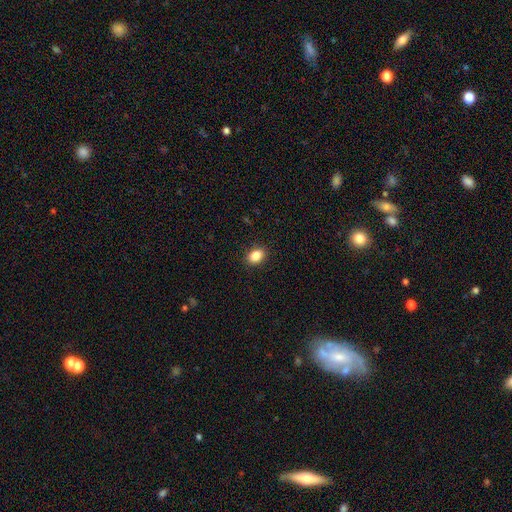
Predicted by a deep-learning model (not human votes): A smooth galaxy with no disk features (86%) that is in between round and cigar-shaped (69%).

Vote fractions:
- Smooth or featured? smooth: 86% / star or artifact: 9% / featured or disk: 5%
- How rounded? in between: 69% / round: 30% / cigar-shaped: 1%
- Merging? none: 90% / minor disturbance: 7% / major disturbance: 2% / merger: 1%